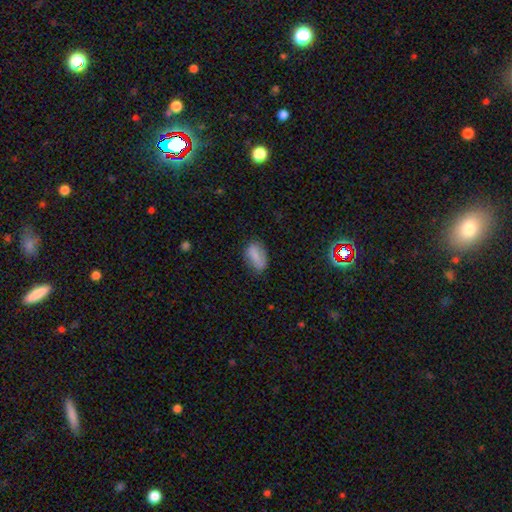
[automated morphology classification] Smooth or featured?
  - smooth: 80% *
  - featured or disk: 12%
  - star or artifact: 8%
How rounded?
  - in between: 89% *
  - round: 7%
  - cigar-shaped: 4%
Merging?
  - none: 67% *
  - minor disturbance: 24%
  - major disturbance: 7%
  - merger: 2%